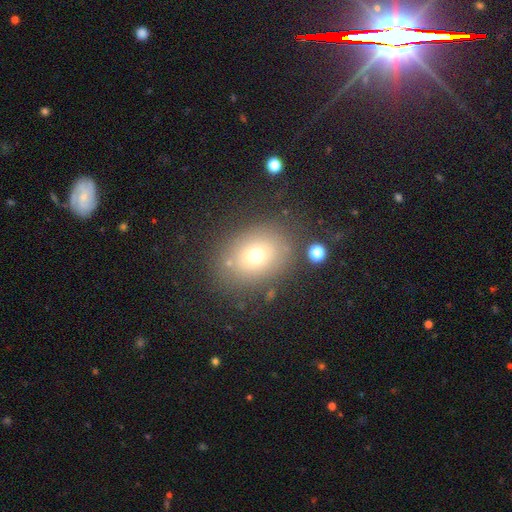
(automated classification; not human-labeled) Morphology: type=smooth (67%); roundness=in between (53%); merging=none (78%).